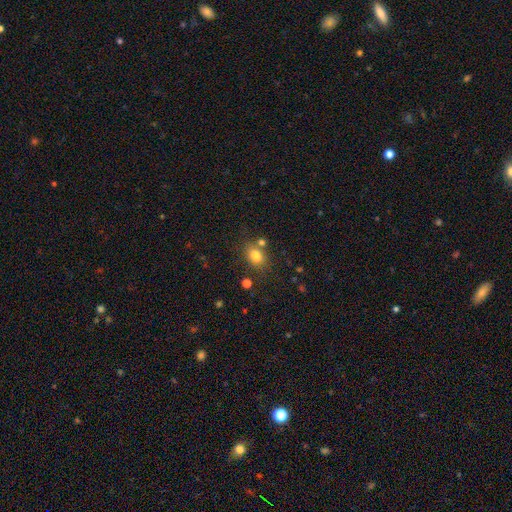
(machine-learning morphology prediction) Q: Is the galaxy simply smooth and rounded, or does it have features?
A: smooth — 79%.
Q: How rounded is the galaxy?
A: in between — 60%.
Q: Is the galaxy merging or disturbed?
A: none — 71%.